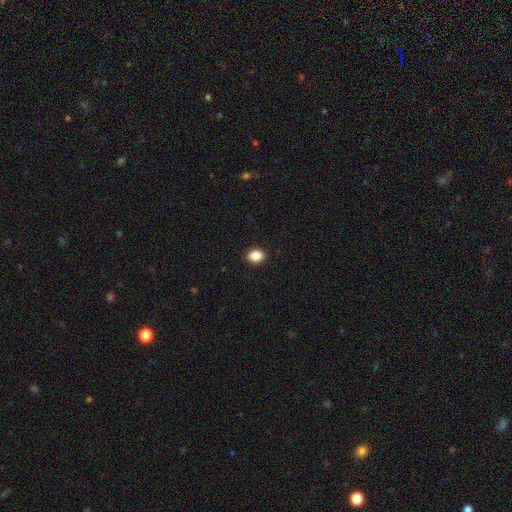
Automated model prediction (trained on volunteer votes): Smooth or featured?
  - smooth: 87% *
  - star or artifact: 10%
  - featured or disk: 4%
How rounded?
  - round: 57% *
  - in between: 42%
  - cigar-shaped: 1%
Merging?
  - none: 92% *
  - minor disturbance: 5%
  - major disturbance: 2%
  - merger: 1%